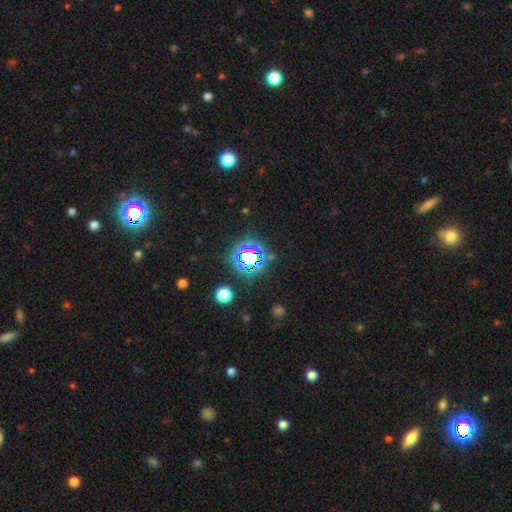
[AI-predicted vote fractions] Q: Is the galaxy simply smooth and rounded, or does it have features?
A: star or artifact — 74%.